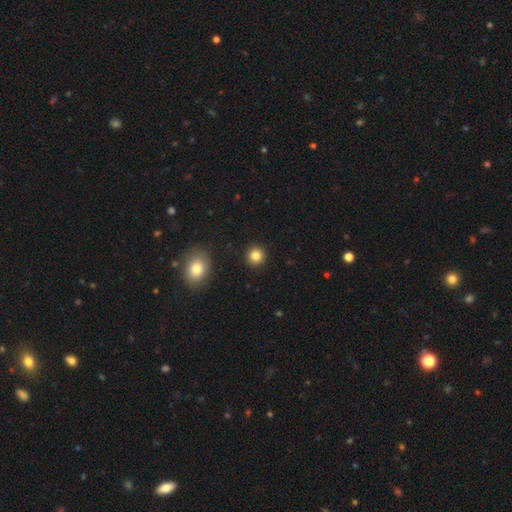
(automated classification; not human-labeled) The model was most divided on "smooth or featured": smooth: 83%, star or artifact: 11%, featured or disk: 6%. More confident: how rounded — round (93%); merging — none (92%).